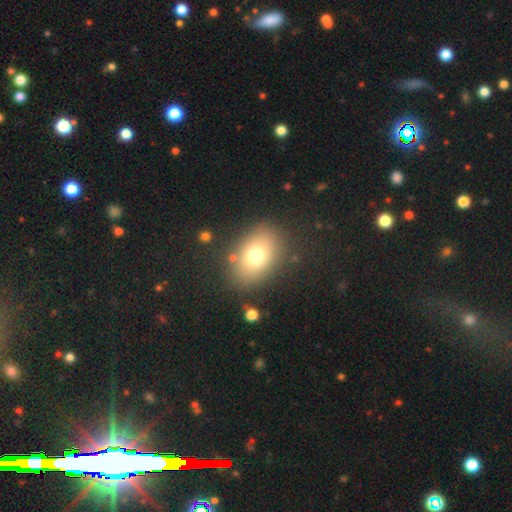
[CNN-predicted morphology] The model was most divided on "how rounded": in between: 72%, round: 27%, cigar-shaped: 1%. More confident: merging — none (82%); smooth or featured — smooth (73%).